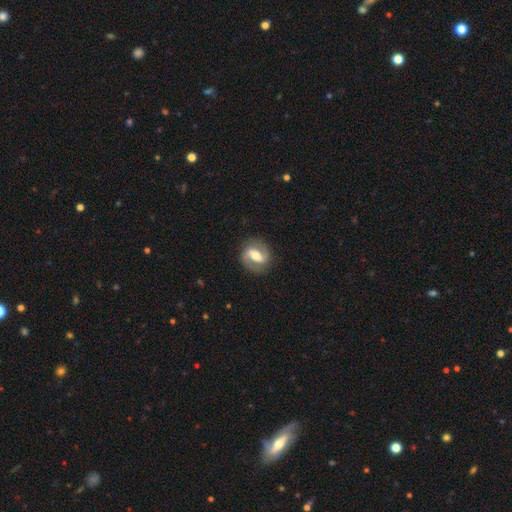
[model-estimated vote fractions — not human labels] Morphology: type=featured or disk (70%); edge-on=no (95%); bar=strong (48%); spiral arms=yes (83%); winding=medium (46%); arm count=2 (87%); bulge=moderate (65%); merging=none (83%).